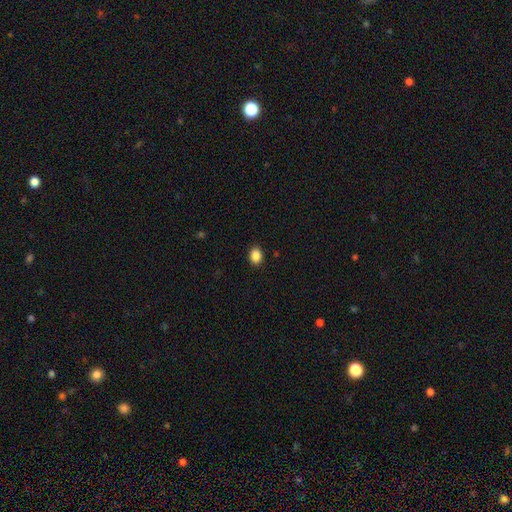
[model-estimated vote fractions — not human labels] A smooth galaxy with no disk features (87%) that is in between round and cigar-shaped (62%).

Vote fractions:
- Smooth or featured? smooth: 87% / star or artifact: 9% / featured or disk: 3%
- How rounded? in between: 62% / round: 37% / cigar-shaped: 1%
- Merging? none: 90% / minor disturbance: 7% / major disturbance: 2% / merger: 1%